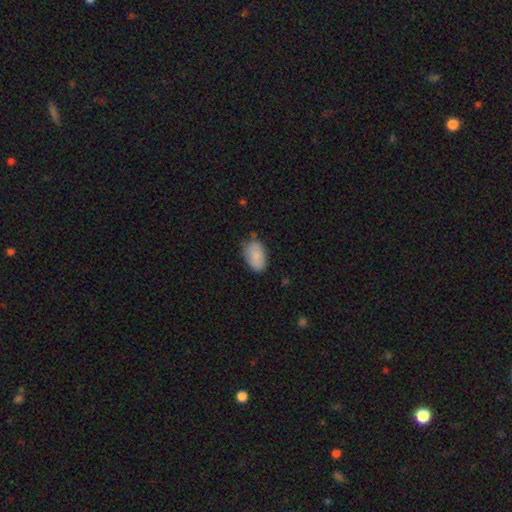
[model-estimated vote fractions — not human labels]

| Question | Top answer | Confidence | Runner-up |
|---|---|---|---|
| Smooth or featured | smooth | 86% | featured or disk (7%) |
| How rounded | in between | 92% | round (6%) |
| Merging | none | 71% | minor disturbance (23%) |